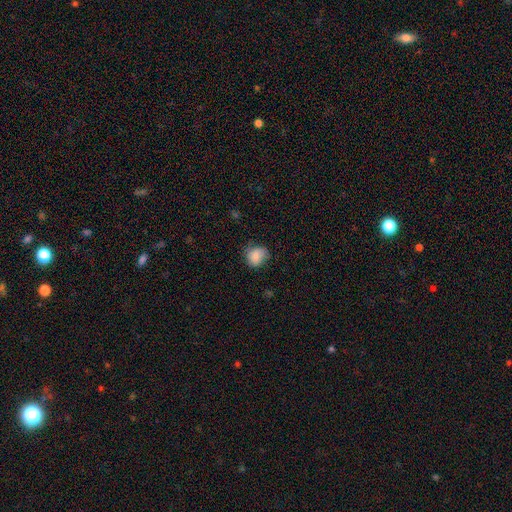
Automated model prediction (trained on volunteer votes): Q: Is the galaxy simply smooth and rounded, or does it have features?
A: smooth — 79%.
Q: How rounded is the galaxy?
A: round — 63%.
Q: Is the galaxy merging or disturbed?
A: none — 59%.